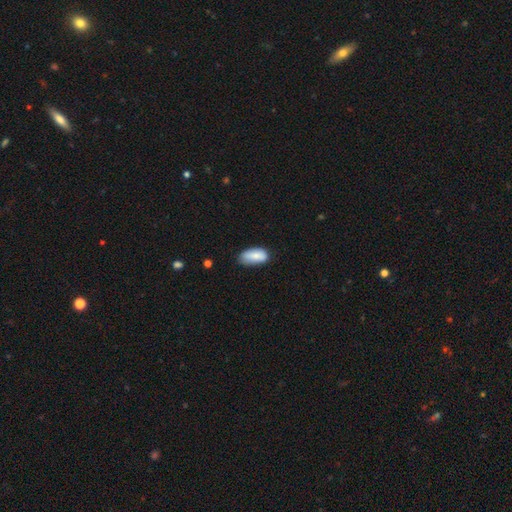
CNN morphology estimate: smooth-or-featured: smooth: 82% | featured or disk: 12% | star or artifact: 7%
  how-rounded: in between: 92% | cigar-shaped: 6% | round: 3%
  merging: none: 64% | minor disturbance: 30% | major disturbance: 5% | merger: 2%